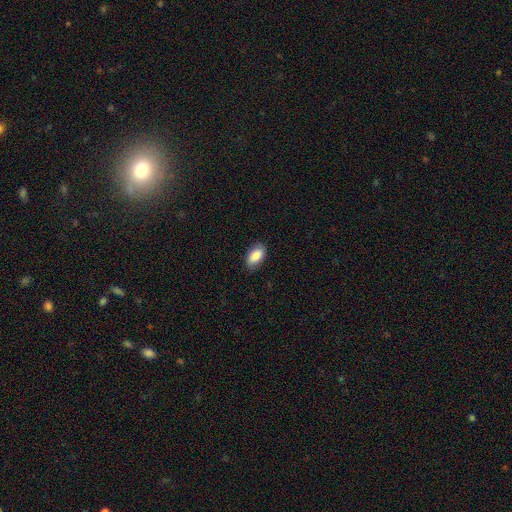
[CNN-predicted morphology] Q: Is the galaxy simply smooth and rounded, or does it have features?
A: smooth — 87%.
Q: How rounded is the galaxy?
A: in between — 93%.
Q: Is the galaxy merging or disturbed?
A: none — 83%.